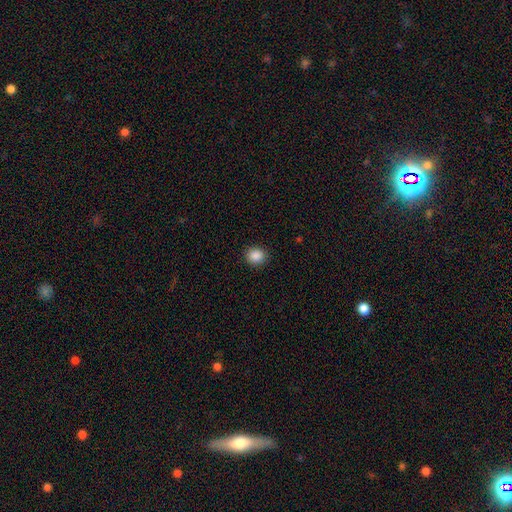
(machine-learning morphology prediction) smooth_or_featured: smooth (p=0.88) [alt: star or artifact p=0.09]
how_rounded: round (p=0.72) [alt: in between p=0.27]
merging: none (p=0.90) [alt: minor disturbance p=0.07]